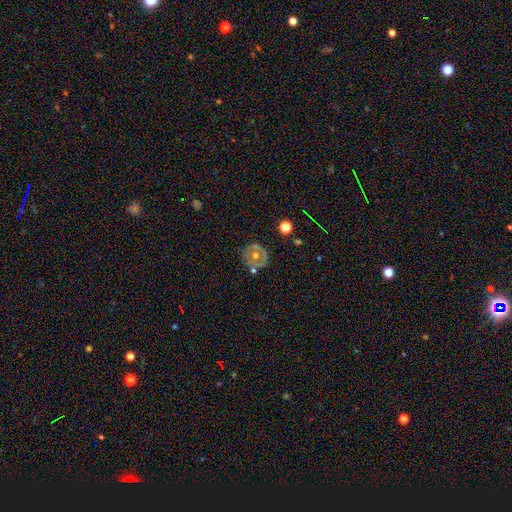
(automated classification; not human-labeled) A featured or disk galaxy (59%) with no bar (86%), no spiral arms (77%) and a moderate central bulge (71%).

Vote fractions:
- Smooth or featured? featured or disk: 59% / smooth: 31% / star or artifact: 10%
- Edge-on disk? no: 96% / yes: 4%
- Bar? no: 86% / weak: 10% / strong: 4%
- Spiral arms? no: 77% / yes: 23%
- Bulge size? moderate: 71% / small: 23% / large: 3% / none: 2% / dominant: 1%
- Merging? none: 77% / minor disturbance: 15% / major disturbance: 5% / merger: 4%